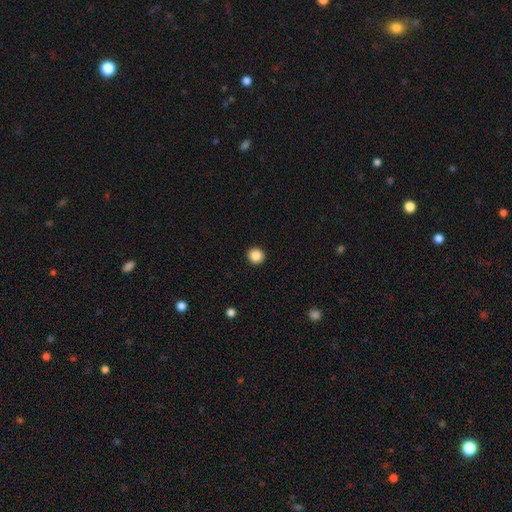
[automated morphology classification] smooth 87%, star or artifact 10%, featured or disk 3%. Down the decision tree: how rounded — round (95%); merging — none (94%).